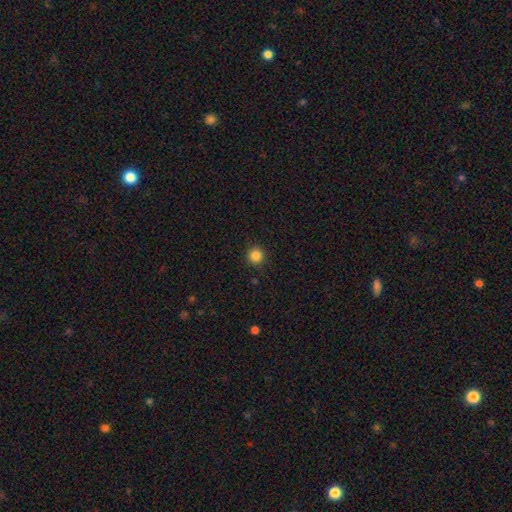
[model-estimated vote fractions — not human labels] The model was most divided on "smooth or featured": smooth: 85%, star or artifact: 11%, featured or disk: 4%. More confident: how rounded — round (94%); merging — none (91%).